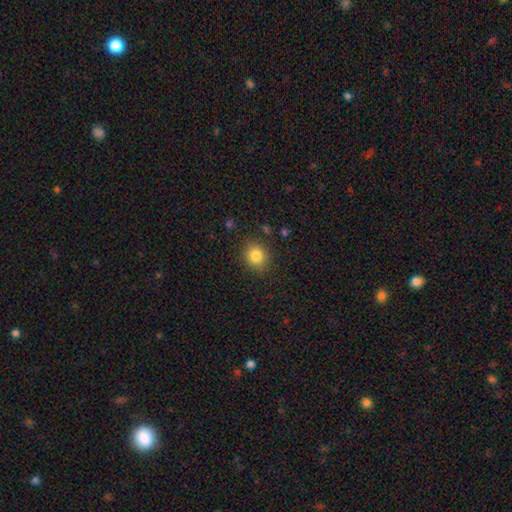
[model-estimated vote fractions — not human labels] This appears to be a smooth galaxy with no disk features (83%) that is round (82%). Merging: none (87%).